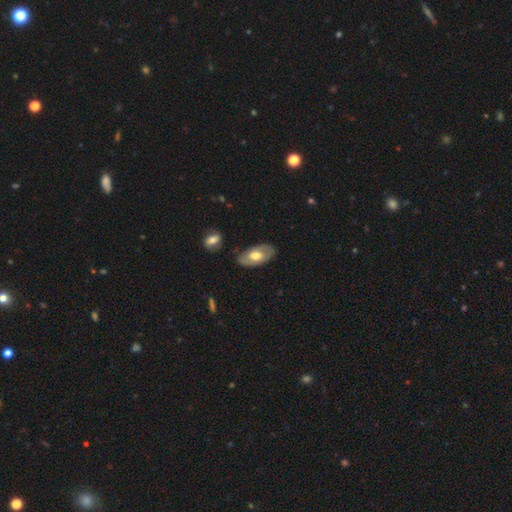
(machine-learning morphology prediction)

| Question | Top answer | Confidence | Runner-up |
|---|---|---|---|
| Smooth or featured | smooth | 50% | featured or disk (44%) |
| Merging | none | 76% | minor disturbance (17%) |